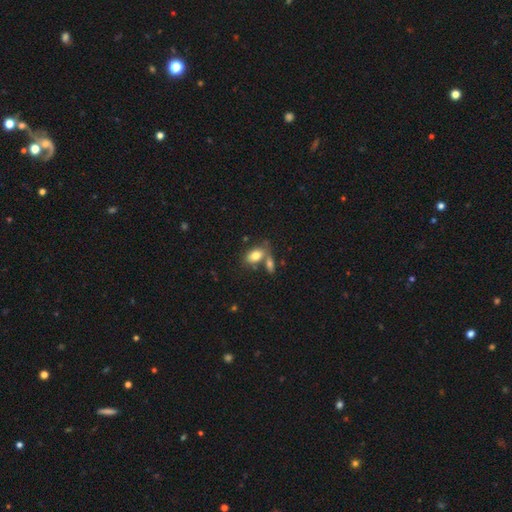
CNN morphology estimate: Smooth or featured? Predicted: smooth (p=0.80). How rounded? Predicted: in between (p=0.88). Merging? Predicted: none (p=0.49).